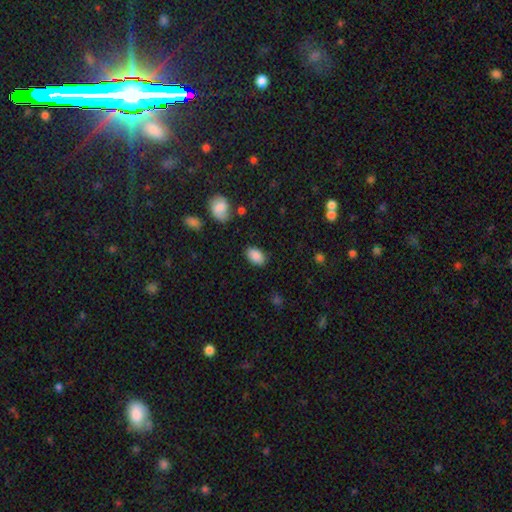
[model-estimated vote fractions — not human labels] A smooth galaxy with no disk features (88%) that is in between round and cigar-shaped (90%).

Vote fractions:
- Smooth or featured? smooth: 88% / star or artifact: 7% / featured or disk: 5%
- How rounded? in between: 90% / round: 9% / cigar-shaped: 1%
- Merging? none: 84% / minor disturbance: 11% / major disturbance: 3% / merger: 2%